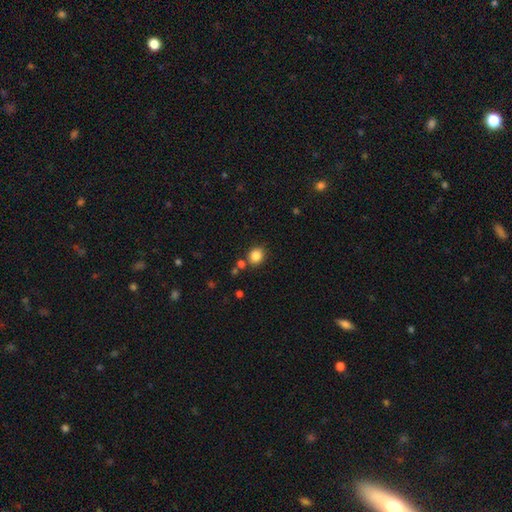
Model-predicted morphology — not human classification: type=smooth (85%); roundness=round (76%); merging=none (80%).